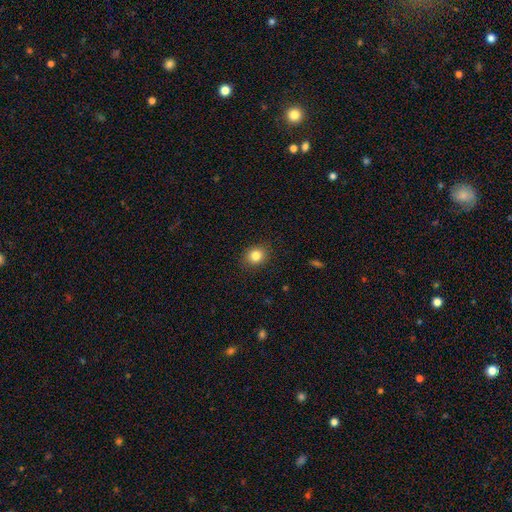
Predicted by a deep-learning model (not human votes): Q: Smooth or featured?
A: smooth (83%); runner-up: star or artifact (11%)
Q: How rounded?
A: round (67%); runner-up: in between (32%)
Q: Merging?
A: none (89%); runner-up: minor disturbance (8%)